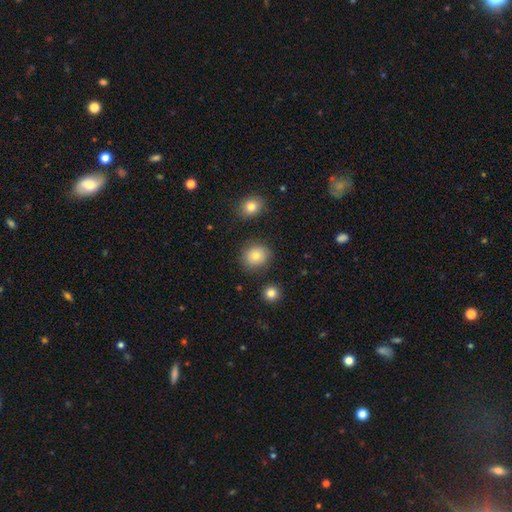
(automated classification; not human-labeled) Smooth or featured? smooth (78%)
How rounded? round (79%)
Merging? none (83%)